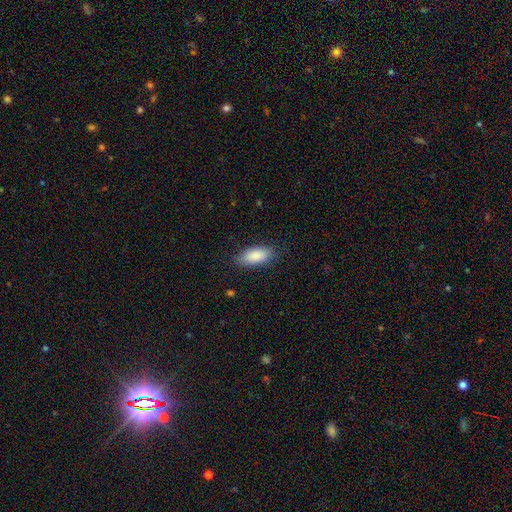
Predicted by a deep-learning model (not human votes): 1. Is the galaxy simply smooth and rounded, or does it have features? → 88% smooth, 6% featured or disk, 6% star or artifact.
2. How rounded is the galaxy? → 85% in between, 13% cigar-shaped, 2% round.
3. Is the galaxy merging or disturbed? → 84% none, 12% minor disturbance, 3% major disturbance, 1% merger.